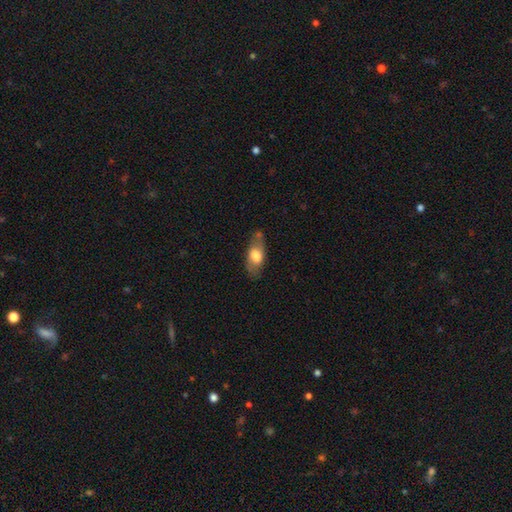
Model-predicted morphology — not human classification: Smooth or featured? smooth (60%)
How rounded? in between (82%)
Merging? none (69%)